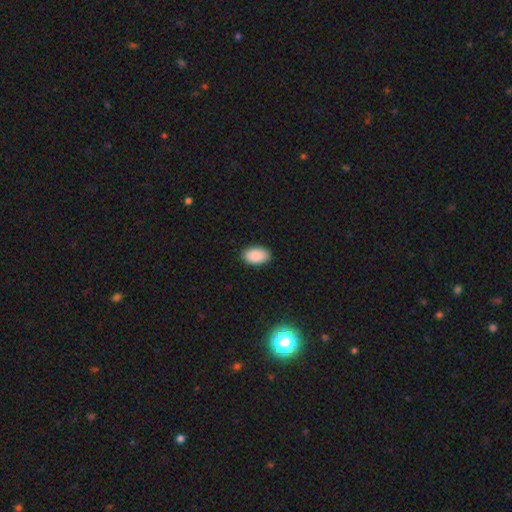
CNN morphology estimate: smooth-or-featured: smooth: 90% | star or artifact: 7% | featured or disk: 4%
  how-rounded: in between: 94% | round: 5% | cigar-shaped: 1%
  merging: none: 88% | minor disturbance: 9% | major disturbance: 2% | merger: 1%